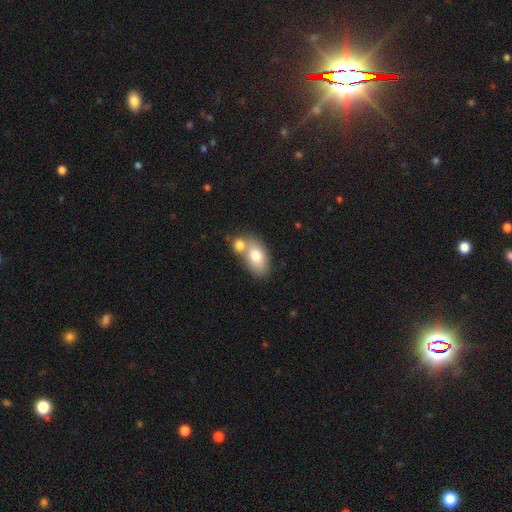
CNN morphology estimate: Smooth or featured?
  - smooth: 75% *
  - featured or disk: 18%
  - star or artifact: 7%
How rounded?
  - in between: 86% *
  - round: 12%
  - cigar-shaped: 2%
Merging?
  - merger: 50% *
  - none: 36%
  - minor disturbance: 10%
  - major disturbance: 3%